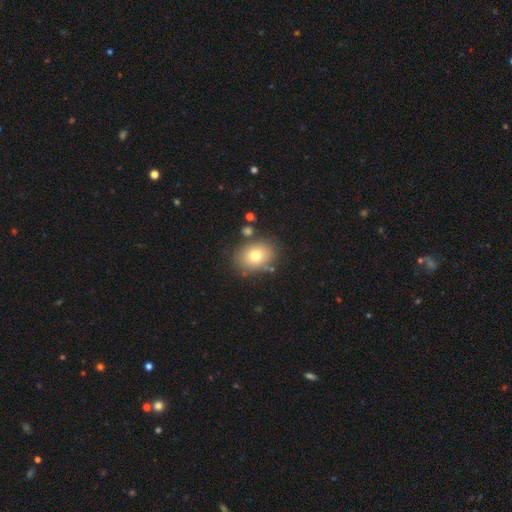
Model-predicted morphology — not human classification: A smooth galaxy with no disk features (74%) that is in between round and cigar-shaped (58%). Merging: none (79%).